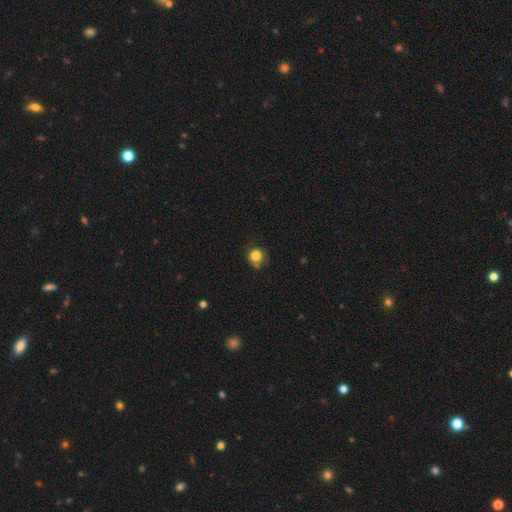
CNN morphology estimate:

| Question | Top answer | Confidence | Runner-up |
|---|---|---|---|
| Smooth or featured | smooth | 81% | star or artifact (11%) |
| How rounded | round | 86% | in between (13%) |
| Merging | none | 61% | minor disturbance (28%) |